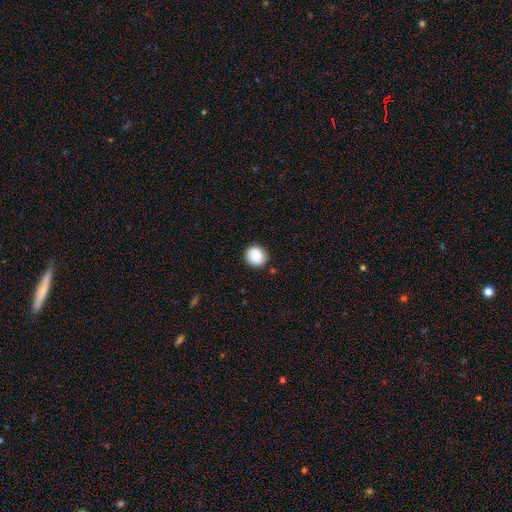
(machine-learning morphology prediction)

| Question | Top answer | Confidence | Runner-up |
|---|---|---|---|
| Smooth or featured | smooth | 87% | star or artifact (8%) |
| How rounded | round | 90% | in between (9%) |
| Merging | none | 88% | minor disturbance (8%) |